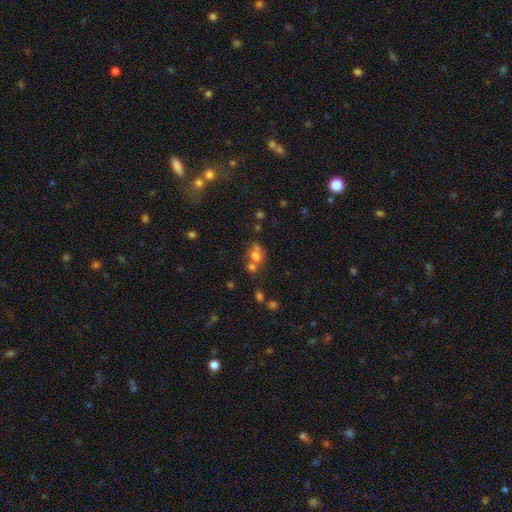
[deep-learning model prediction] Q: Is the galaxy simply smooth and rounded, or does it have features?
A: smooth — 62%.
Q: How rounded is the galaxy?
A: in between — 57%.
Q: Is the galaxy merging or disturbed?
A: merger — 44%.